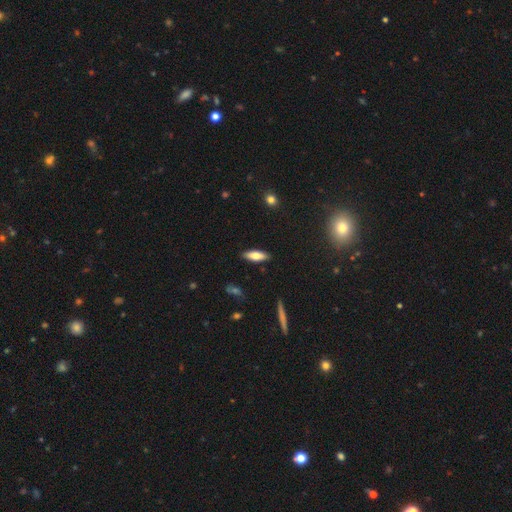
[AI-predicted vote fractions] A smooth galaxy with no disk features (71%) that is in between round and cigar-shaped (56%).

Vote fractions:
- Smooth or featured? smooth: 71% / featured or disk: 22% / star or artifact: 7%
- How rounded? in between: 56% / cigar-shaped: 42% / round: 2%
- Merging? none: 88% / minor disturbance: 9% / major disturbance: 2% / merger: 1%